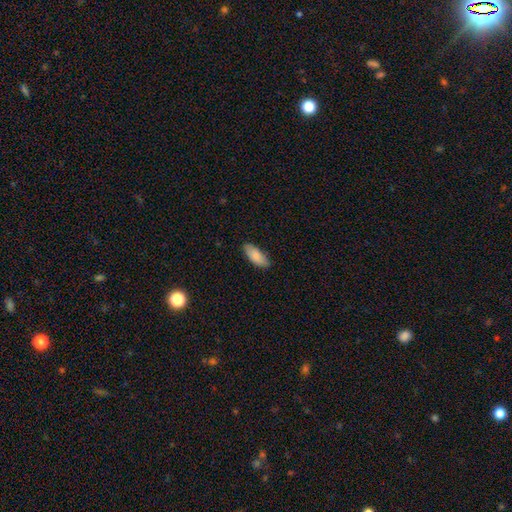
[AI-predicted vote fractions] Smooth or featured? smooth (87%)
How rounded? in between (78%)
Merging? none (83%)